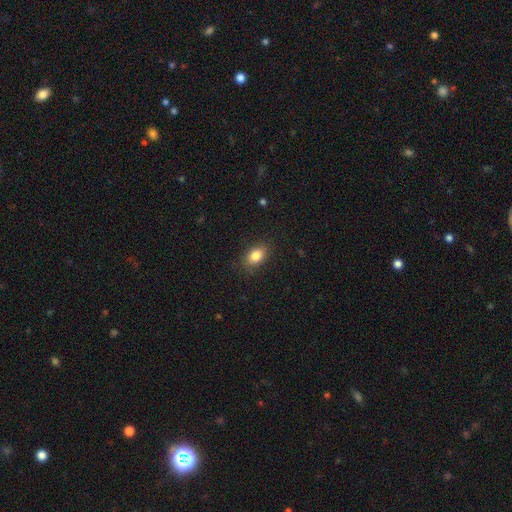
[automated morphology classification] Smooth or featured? smooth (83%)
How rounded? in between (85%)
Merging? none (83%)